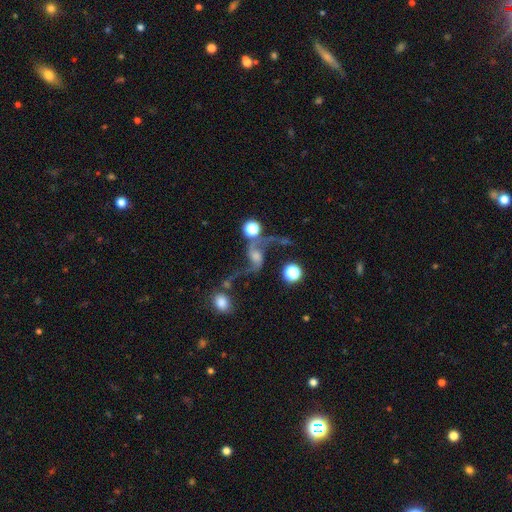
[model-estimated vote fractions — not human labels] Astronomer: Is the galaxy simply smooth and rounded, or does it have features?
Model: featured or disk — 81%.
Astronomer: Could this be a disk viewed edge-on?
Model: no — 96%.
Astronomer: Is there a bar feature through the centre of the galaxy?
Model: no — 50% (runner-up: weak, 37%).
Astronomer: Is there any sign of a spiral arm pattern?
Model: yes — 95%.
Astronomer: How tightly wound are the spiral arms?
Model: loose — 87%.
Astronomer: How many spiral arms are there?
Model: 2 — 92%.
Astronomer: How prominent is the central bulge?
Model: moderate — 40% (runner-up: small, 34%).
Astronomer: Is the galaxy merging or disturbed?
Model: none — 54%.